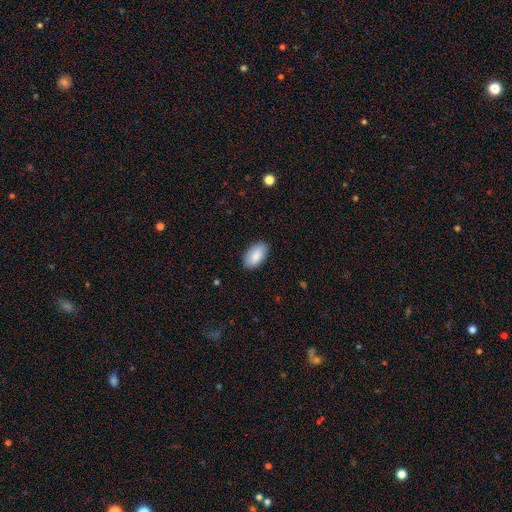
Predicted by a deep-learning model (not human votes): Morphology: type=smooth (86%); roundness=in between (95%); merging=none (86%).